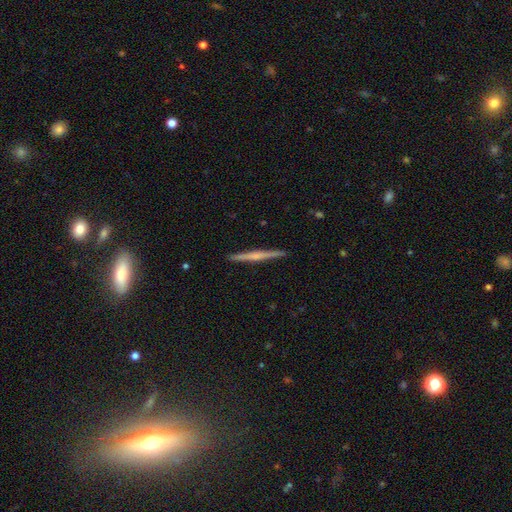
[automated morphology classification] A featured or disk galaxy (64%) viewed edge-on (98%) with a rounded central bulge (47%). Merging: none (93%).